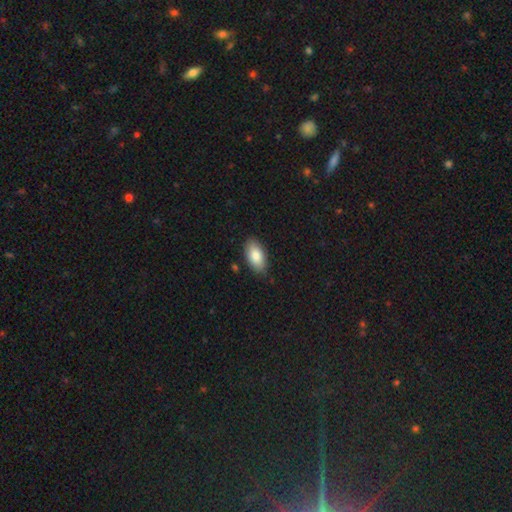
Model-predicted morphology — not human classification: This is clearly a smooth galaxy (85%). How rounded: clearly in between (94%). Merging: clearly none (85%).